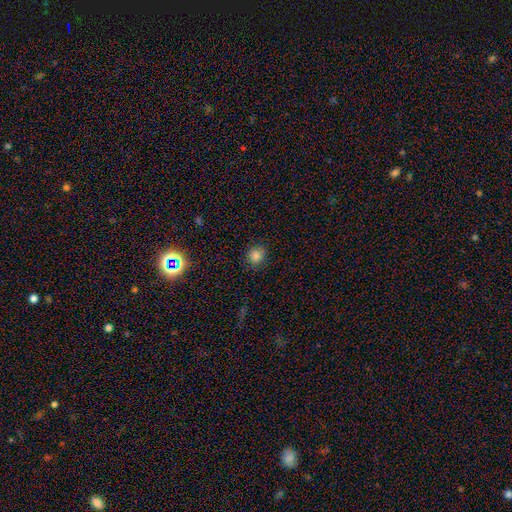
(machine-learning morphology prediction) Overall: smooth (81%). How rounded: round (82%). Merging: none (85%).